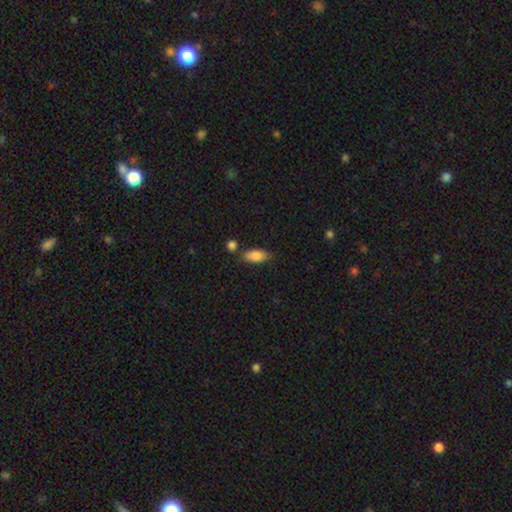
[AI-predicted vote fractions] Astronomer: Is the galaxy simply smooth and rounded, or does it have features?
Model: smooth — 86%.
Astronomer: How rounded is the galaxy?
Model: in between — 85%.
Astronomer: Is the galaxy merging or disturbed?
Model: none — 72%.